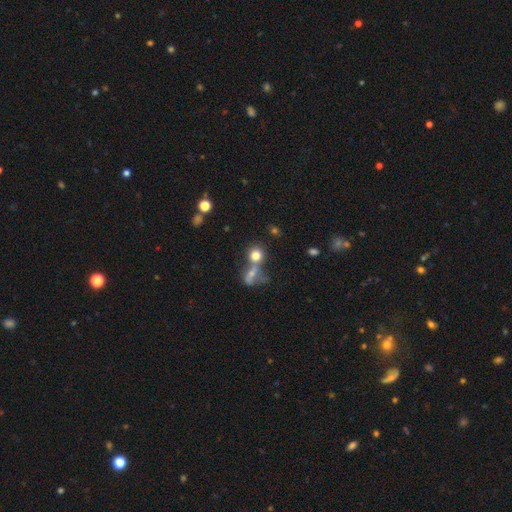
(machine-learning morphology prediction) Smooth or featured?
  - smooth: 75% *
  - star or artifact: 13%
  - featured or disk: 12%
How rounded?
  - round: 82% *
  - in between: 17%
  - cigar-shaped: 2%
Merging?
  - none: 45% *
  - merger: 40%
  - minor disturbance: 9%
  - major disturbance: 6%